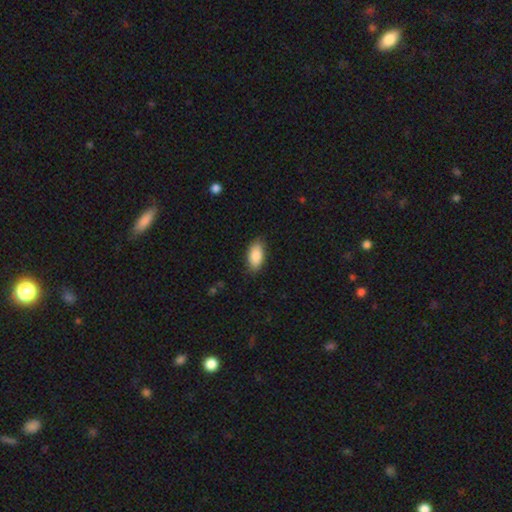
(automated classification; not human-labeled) smooth 87%, featured or disk 7%, star or artifact 6%. Down the decision tree: how rounded — in between (92%); merging — none (83%).